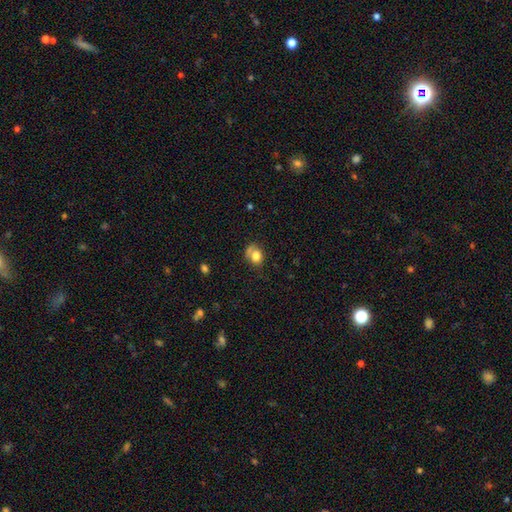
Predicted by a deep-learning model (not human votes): This is likely a smooth galaxy (77%). How rounded: possibly round (57%). Merging: possibly none (52%).